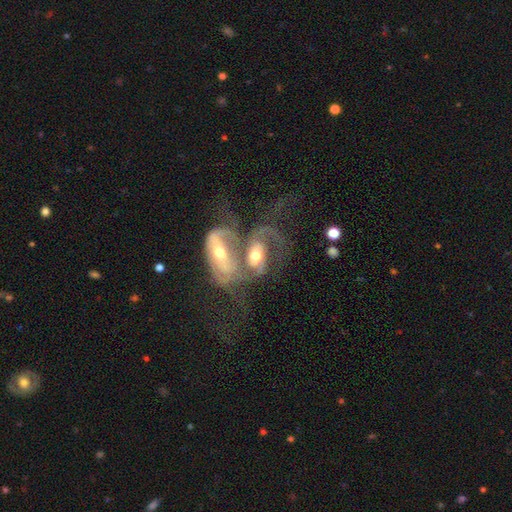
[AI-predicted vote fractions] Overall: featured or disk (79%). Edge-on disk: no (95%). Bar: no (46%; weak 34%). Spiral arms: yes (89%). Spiral arm count: 2 (70%). Spiral winding: medium (45%; loose 30%). Bulge size: moderate (66%). Merging: merger (77%).